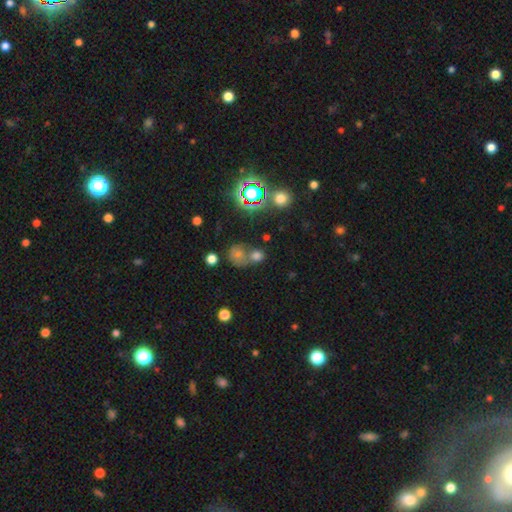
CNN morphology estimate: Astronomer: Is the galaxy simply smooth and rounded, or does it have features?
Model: smooth — 55% (runner-up: star or artifact, 34%).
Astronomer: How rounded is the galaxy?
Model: round — 75%.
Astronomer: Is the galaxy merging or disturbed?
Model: none — 45% (runner-up: merger, 41%).